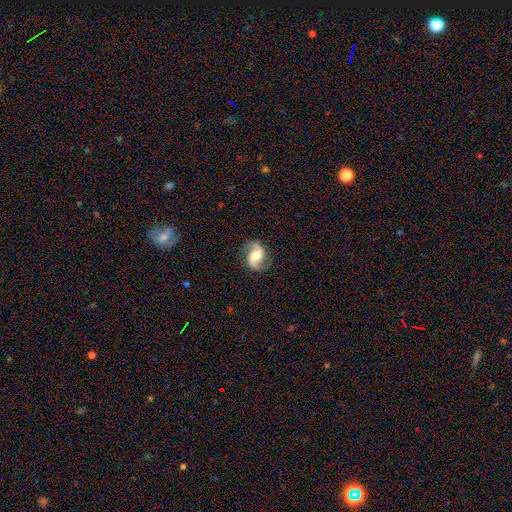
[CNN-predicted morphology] Smooth or featured: featured or disk — 89% (smooth — 6%)
Edge-on disk: no — 98% (yes — 2%)
Bar: no — 47% (weak — 38%)
Spiral arms: yes — 98% (no — 2%)
Spiral winding: medium — 47% (loose — 43%)
Spiral arm count: 2 — 94% (1 — 1%)
Bulge size: moderate — 57% (small — 21%)
Merging: none — 85% (minor disturbance — 11%)